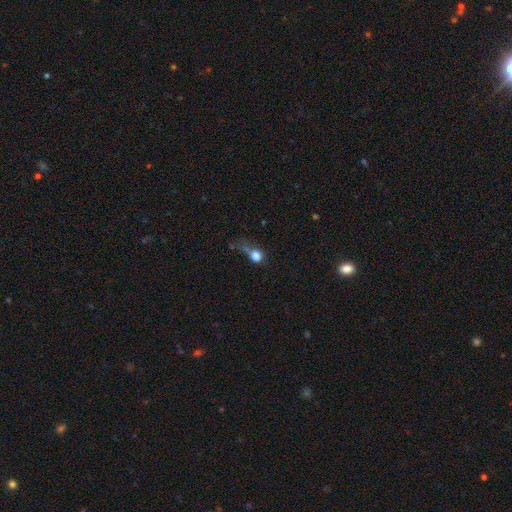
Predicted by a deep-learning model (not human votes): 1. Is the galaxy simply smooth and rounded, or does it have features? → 73% smooth, 15% star or artifact, 12% featured or disk.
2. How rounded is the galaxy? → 71% round, 26% in between, 3% cigar-shaped.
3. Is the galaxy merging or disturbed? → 34% major disturbance, 31% none, 22% minor disturbance, 13% merger.